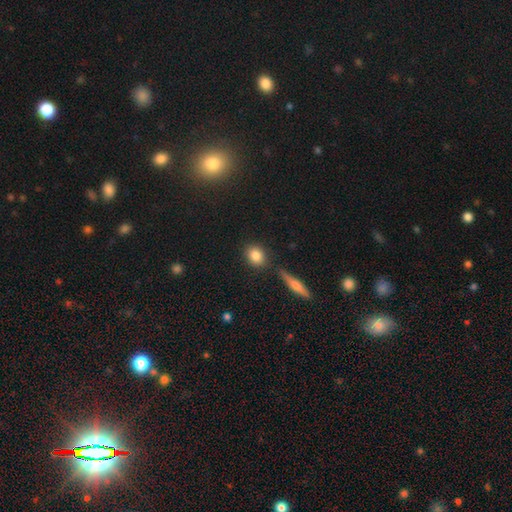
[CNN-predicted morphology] Overall: smooth (84%). How rounded: round (56%; in between 40%). Merging: none (80%).